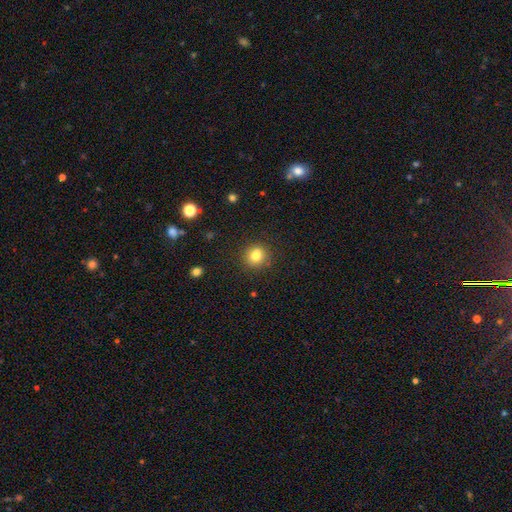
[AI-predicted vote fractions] Smooth or featured: smooth — 79% (star or artifact — 13%)
How rounded: round — 85% (in between — 14%)
Merging: none — 82% (minor disturbance — 10%)